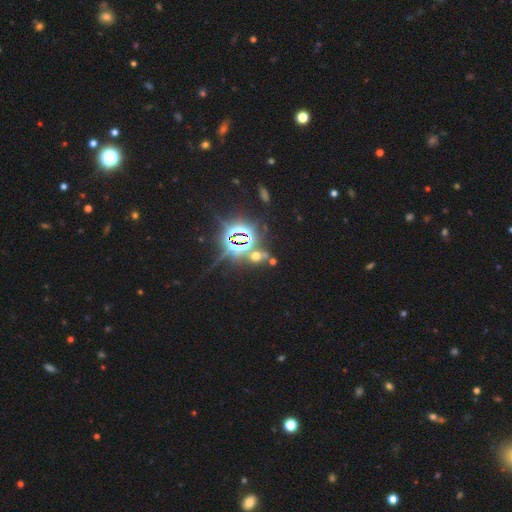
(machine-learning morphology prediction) Smooth or featured? star or artifact (64%)